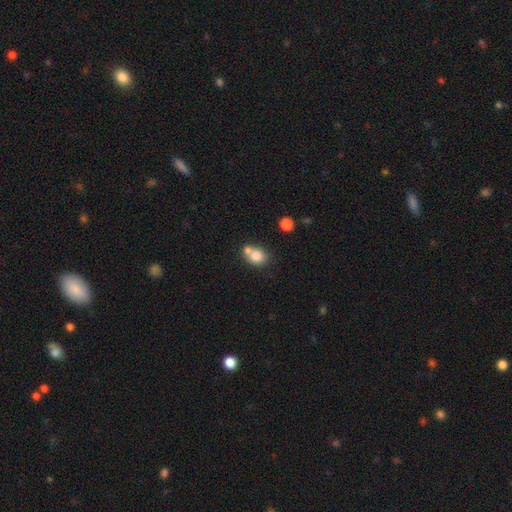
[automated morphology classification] Overall: smooth (78%). How rounded: round (64%; in between 35%). Merging: merger (45%; none 42%).